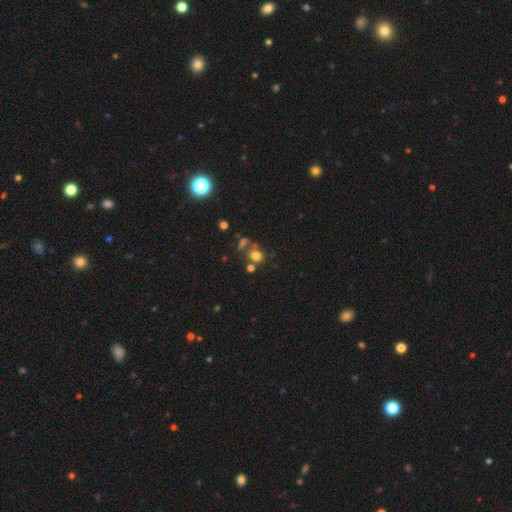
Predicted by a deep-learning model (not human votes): Q: Smooth or featured?
A: smooth (71%); runner-up: star or artifact (20%)
Q: How rounded?
A: round (78%); runner-up: in between (21%)
Q: Merging?
A: none (59%); runner-up: merger (23%)